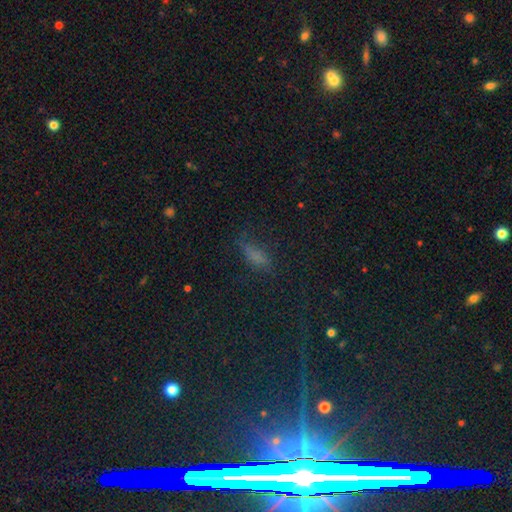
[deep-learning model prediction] Morphology: type=smooth (59%); roundness=in between (59%); merging=none (55%).